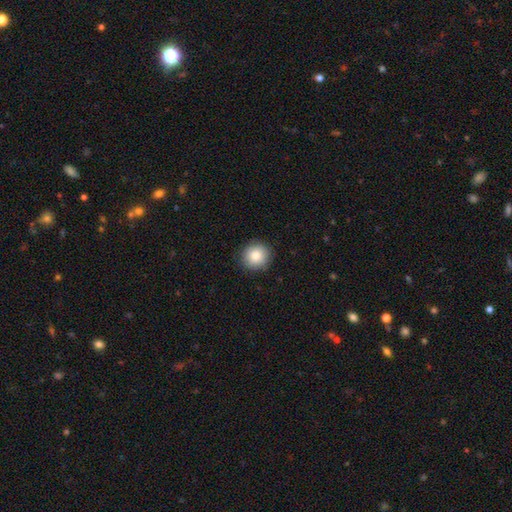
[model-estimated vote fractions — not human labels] smooth_or_featured: smooth (p=0.84) [alt: star or artifact p=0.09]
how_rounded: round (p=0.91) [alt: in between p=0.08]
merging: none (p=0.89) [alt: minor disturbance p=0.08]